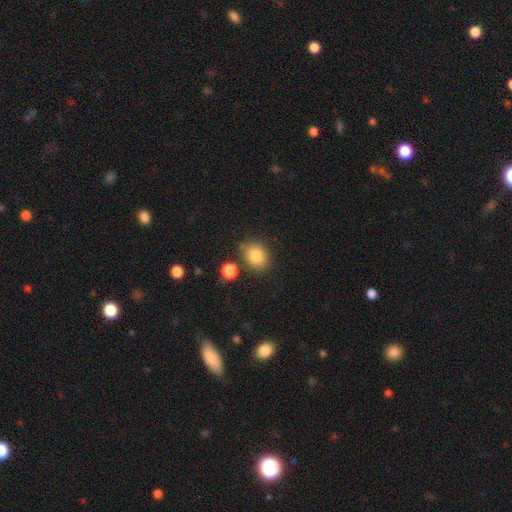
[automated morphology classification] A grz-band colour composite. It shows a smooth galaxy with no disk features (84%) that is round (50%). Merging: none (74%).